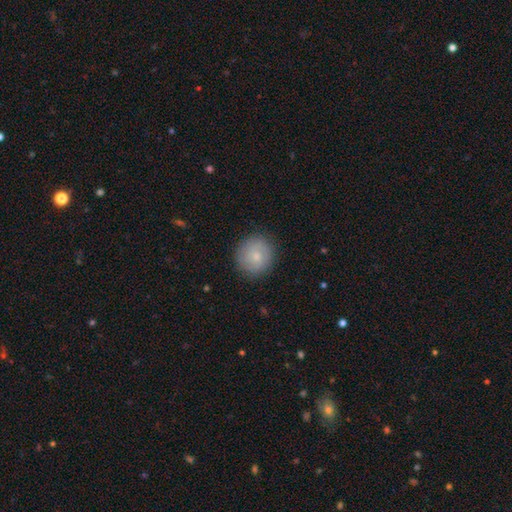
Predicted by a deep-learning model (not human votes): A smooth galaxy with no disk features (65%) that is round (91%).

Vote fractions:
- Smooth or featured? smooth: 65% / featured or disk: 28% / star or artifact: 8%
- How rounded? round: 91% / in between: 8% / cigar-shaped: 1%
- Merging? none: 87% / minor disturbance: 9% / major disturbance: 3% / merger: 1%